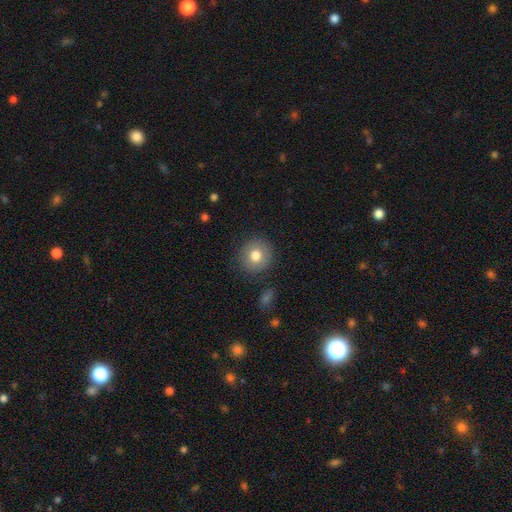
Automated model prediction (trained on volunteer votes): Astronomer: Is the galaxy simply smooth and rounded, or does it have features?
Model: smooth — 76%.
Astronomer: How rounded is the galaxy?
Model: round — 90%.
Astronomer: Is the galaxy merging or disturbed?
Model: none — 87%.